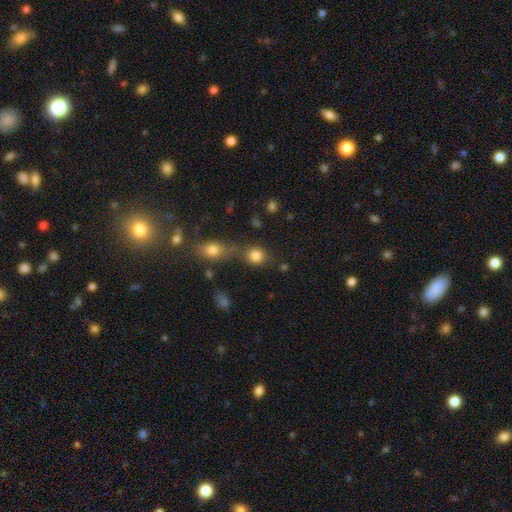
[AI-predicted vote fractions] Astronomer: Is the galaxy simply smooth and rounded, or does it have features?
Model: smooth — 81%.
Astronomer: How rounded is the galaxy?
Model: round — 78%.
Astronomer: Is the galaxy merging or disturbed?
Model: none — 56%.